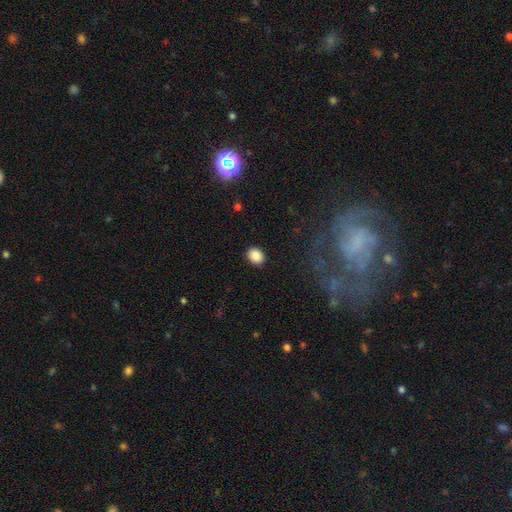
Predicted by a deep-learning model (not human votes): Smooth or featured?
  - smooth: 88% *
  - star or artifact: 9%
  - featured or disk: 3%
How rounded?
  - in between: 53% *
  - round: 46%
  - cigar-shaped: 1%
Merging?
  - none: 90% *
  - minor disturbance: 7%
  - major disturbance: 2%
  - merger: 1%